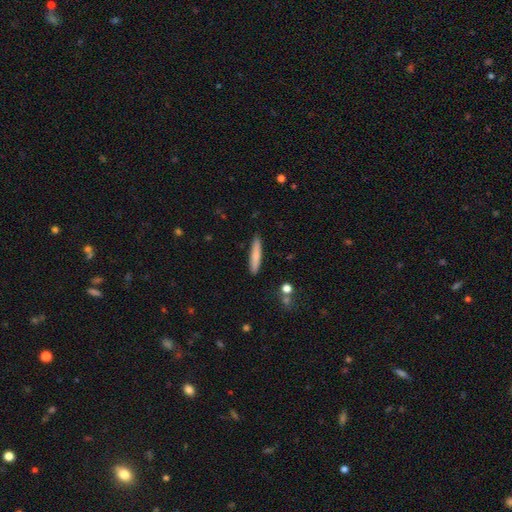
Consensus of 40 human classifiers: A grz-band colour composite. It shows a smooth galaxy with no disk features (70%) that is cigar-shaped (100%). Merging: none (86%).